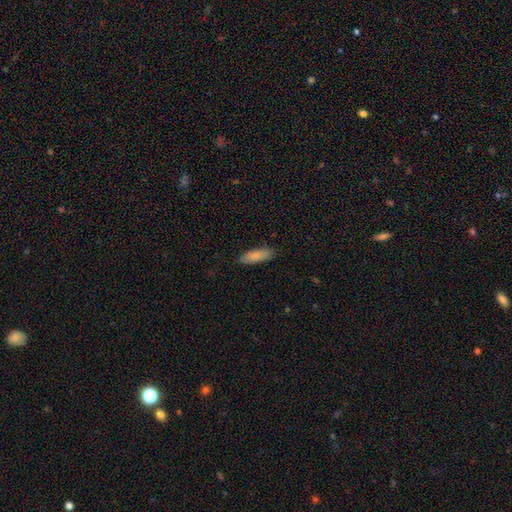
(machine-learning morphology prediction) This is clearly a smooth galaxy (85%). How rounded: possibly in between (51%). Merging: clearly none (86%).